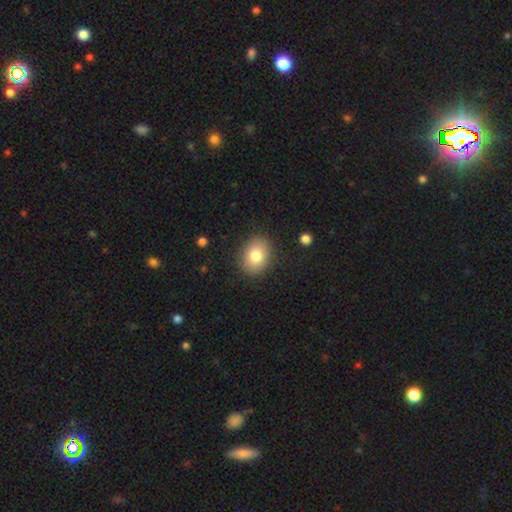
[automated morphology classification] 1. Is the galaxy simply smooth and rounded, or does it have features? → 80% smooth, 10% featured or disk, 9% star or artifact.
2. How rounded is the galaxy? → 51% in between, 48% round, 1% cigar-shaped.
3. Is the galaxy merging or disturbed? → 88% none, 8% minor disturbance, 3% major disturbance, 1% merger.